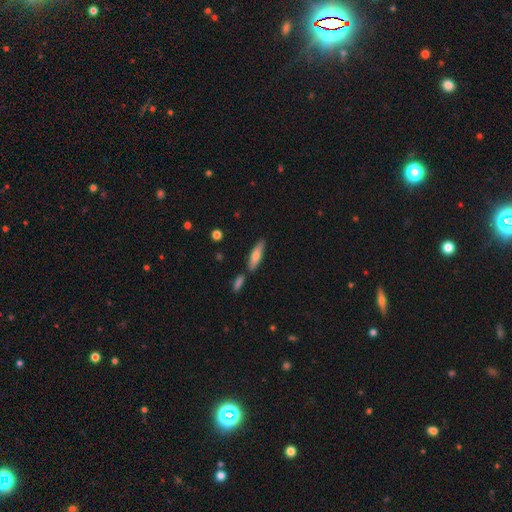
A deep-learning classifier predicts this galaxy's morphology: This is likely a smooth galaxy (71%). How rounded: likely cigar-shaped (67%). Merging: likely none (75%).